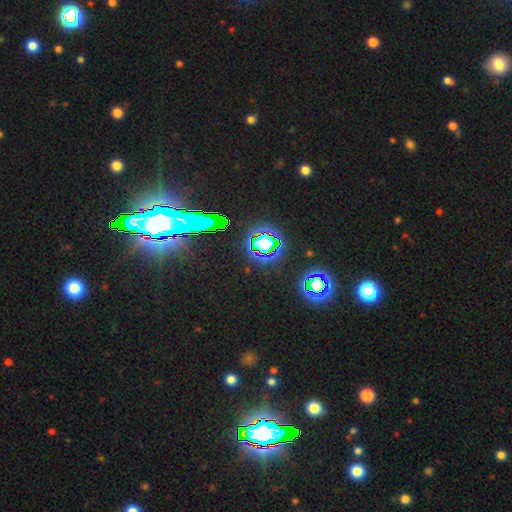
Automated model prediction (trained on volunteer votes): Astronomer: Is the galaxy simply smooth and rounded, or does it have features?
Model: star or artifact — 81%.